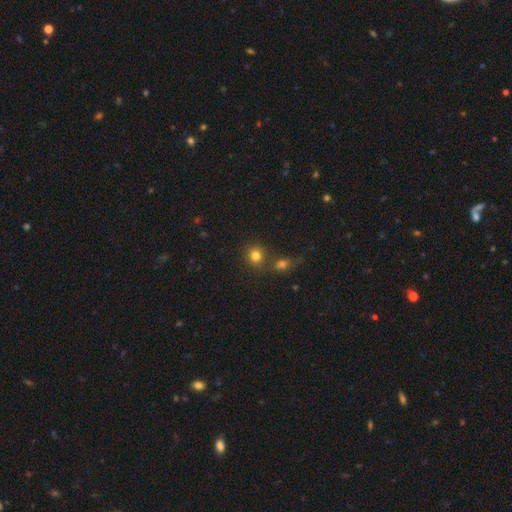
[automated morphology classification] smooth_or_featured: smooth (p=0.79) [alt: star or artifact p=0.14]
how_rounded: round (p=0.85) [alt: in between p=0.14]
merging: none (p=0.66) [alt: merger p=0.23]